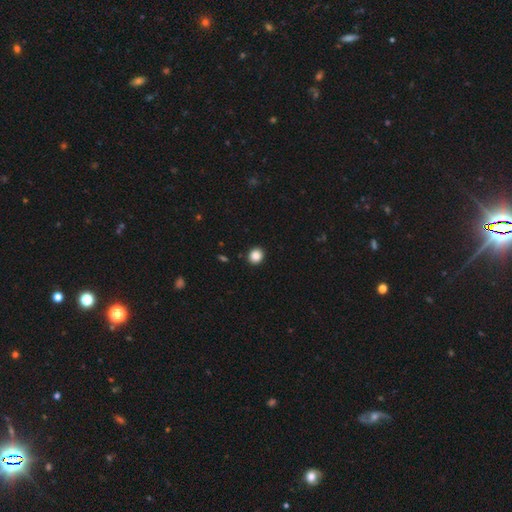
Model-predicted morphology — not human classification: smooth 87%, star or artifact 10%, featured or disk 3%. Down the decision tree: how rounded — round (82%); merging — none (92%).